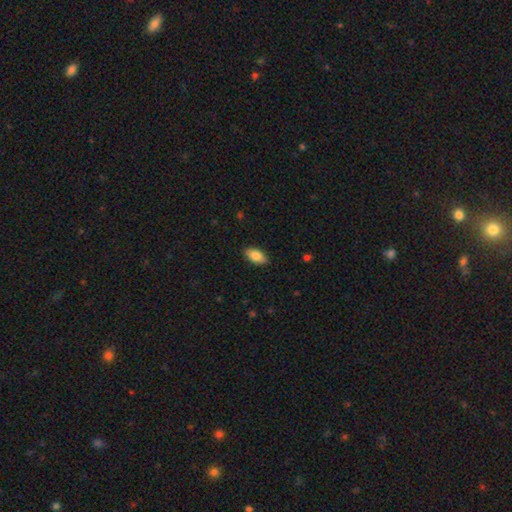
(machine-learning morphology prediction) smooth-or-featured: smooth: 83% | featured or disk: 10% | star or artifact: 7%
  how-rounded: in between: 92% | cigar-shaped: 5% | round: 3%
  merging: none: 88% | minor disturbance: 9% | major disturbance: 2% | merger: 1%